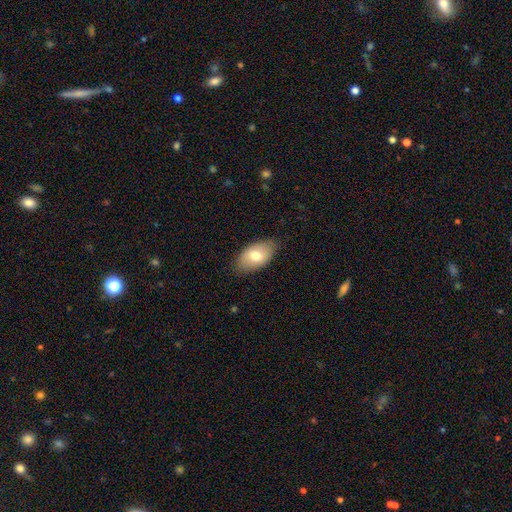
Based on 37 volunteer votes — This appears to be a smooth galaxy with no disk features (73%) that is in between round and cigar-shaped (100%). Merging: none (92%).